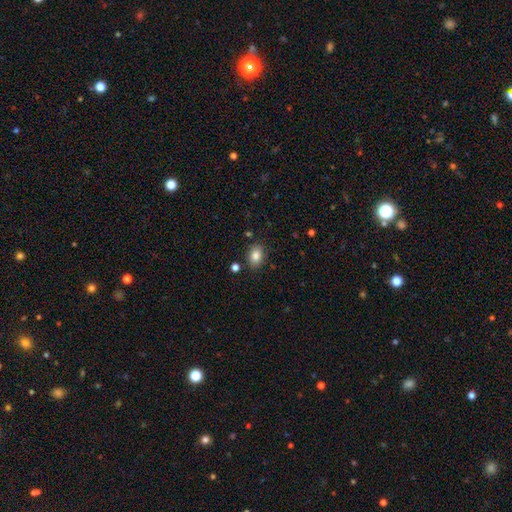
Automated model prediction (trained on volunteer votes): smooth-or-featured: smooth: 84% | star or artifact: 9% | featured or disk: 7%
  how-rounded: in between: 76% | round: 23% | cigar-shaped: 1%
  merging: none: 84% | minor disturbance: 10% | merger: 3% | major disturbance: 3%